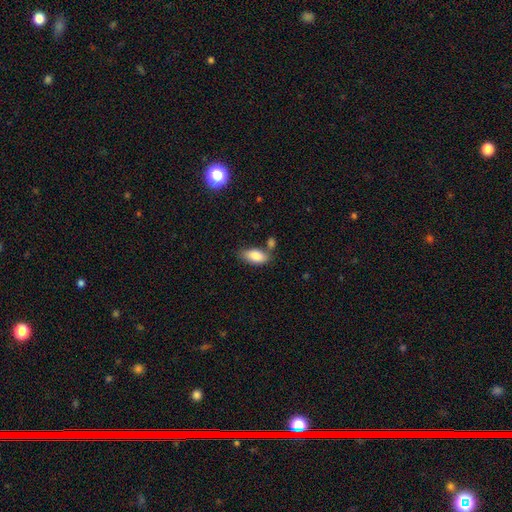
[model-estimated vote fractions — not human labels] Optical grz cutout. It shows a smooth galaxy with no disk features (85%) that is in between round and cigar-shaped (90%). Merging: none (64%).